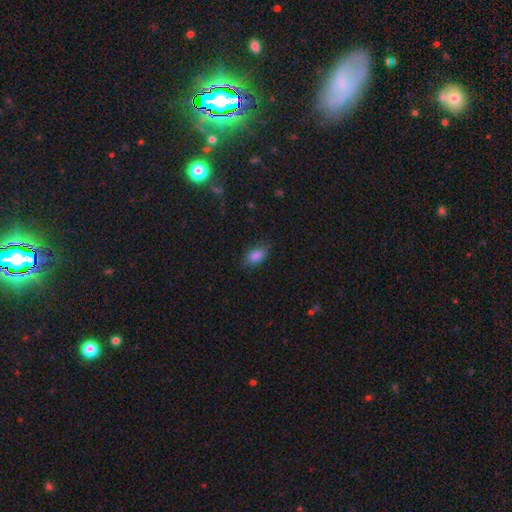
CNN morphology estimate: Smooth or featured?
  - smooth: 85% *
  - star or artifact: 8%
  - featured or disk: 7%
How rounded?
  - in between: 89% *
  - round: 7%
  - cigar-shaped: 4%
Merging?
  - none: 78% *
  - minor disturbance: 17%
  - major disturbance: 4%
  - merger: 1%